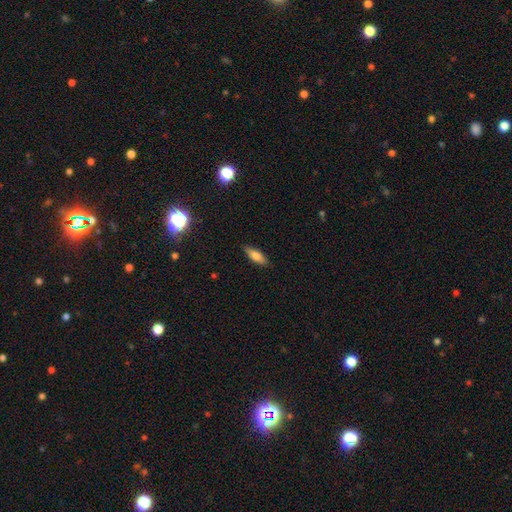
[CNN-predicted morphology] Smooth or featured? smooth (70%)
How rounded? in between (60%)
Merging? none (85%)